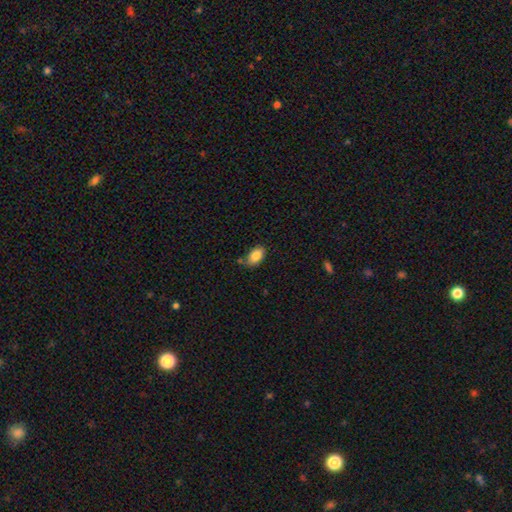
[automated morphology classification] type=smooth (84%); roundness=in between (90%); merging=none (64%).